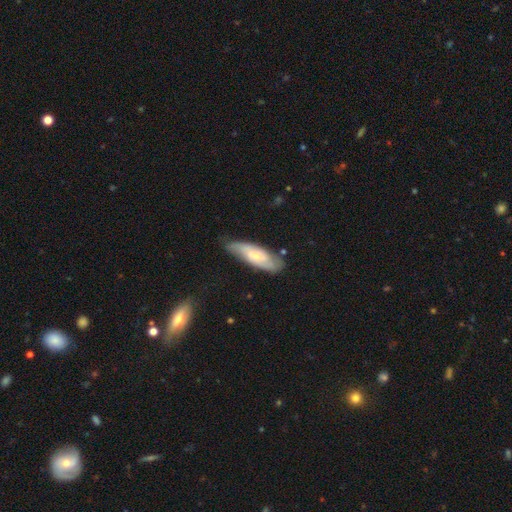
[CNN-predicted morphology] Smooth or featured?
  - featured or disk: 53% *
  - smooth: 41%
  - star or artifact: 6%
Edge-on disk?
  - no: 78% *
  - yes: 22%
Merging?
  - none: 68% *
  - minor disturbance: 23%
  - major disturbance: 6%
  - merger: 3%